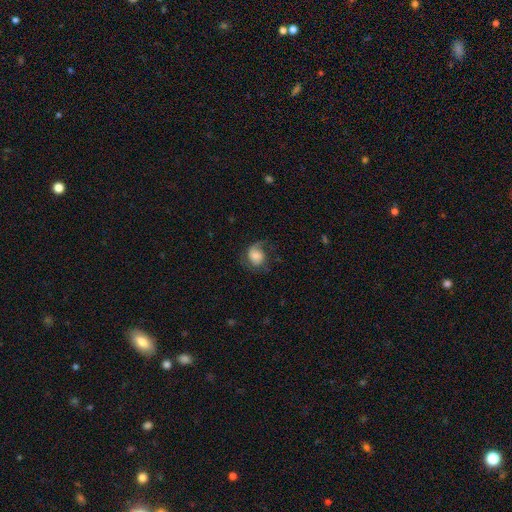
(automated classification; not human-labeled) smooth-or-featured: smooth: 47% | featured or disk: 44% | star or artifact: 9%
  merging: none: 54% | minor disturbance: 24% | major disturbance: 21% | merger: 1%